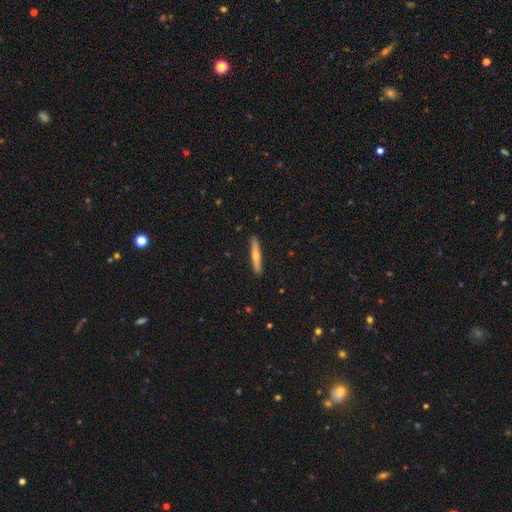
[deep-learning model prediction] A smooth galaxy with no disk features (57%) that is cigar-shaped (93%). Merging: none (91%).